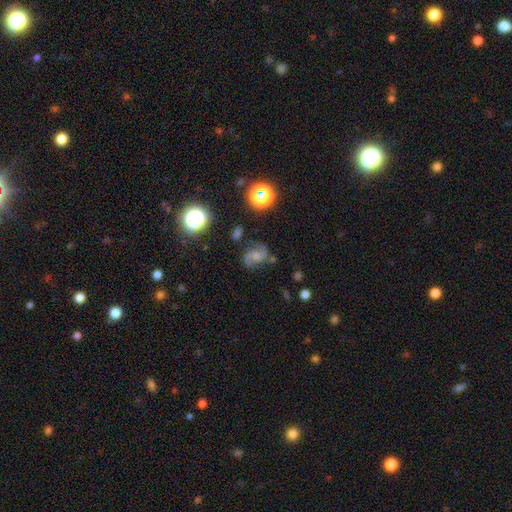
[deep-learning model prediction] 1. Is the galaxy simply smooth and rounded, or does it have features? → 72% featured or disk, 15% smooth, 13% star or artifact.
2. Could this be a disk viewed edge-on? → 98% no, 2% yes.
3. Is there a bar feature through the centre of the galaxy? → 53% no, 38% weak, 9% strong.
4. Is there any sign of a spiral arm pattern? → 95% yes, 5% no.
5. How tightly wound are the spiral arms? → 47% medium, 41% loose, 11% tight.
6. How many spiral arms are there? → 91% 2, 3% can't tell, 2% 1, 1% 3, 1% 4, 1% more than 4.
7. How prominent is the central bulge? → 39% moderate, 30% small, 18% none, 11% large, 2% dominant.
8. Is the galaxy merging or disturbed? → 72% none, 16% minor disturbance, 8% major disturbance, 4% merger.